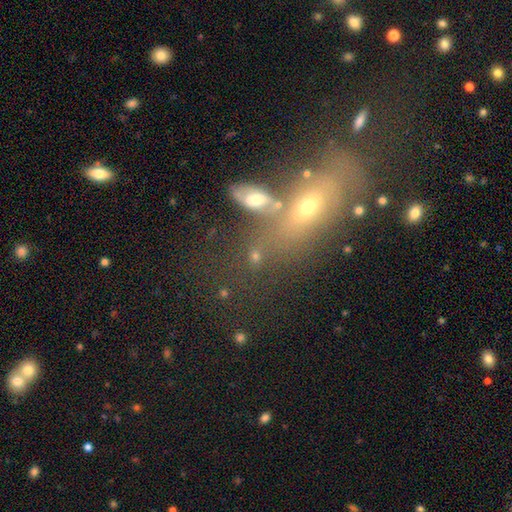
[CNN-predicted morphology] smooth_or_featured: smooth (p=0.61) [alt: featured or disk p=0.20]
how_rounded: in between (p=0.56) [alt: round p=0.32]
merging: none (p=0.45) [alt: merger p=0.32]